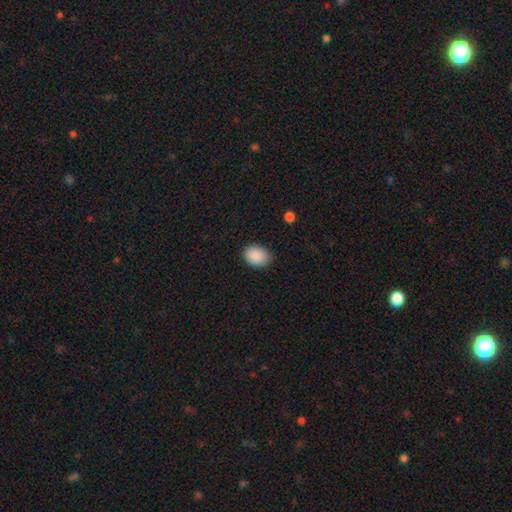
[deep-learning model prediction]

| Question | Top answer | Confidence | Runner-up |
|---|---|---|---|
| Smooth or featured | smooth | 89% | star or artifact (8%) |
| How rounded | in between | 64% | round (35%) |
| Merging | none | 82% | minor disturbance (14%) |